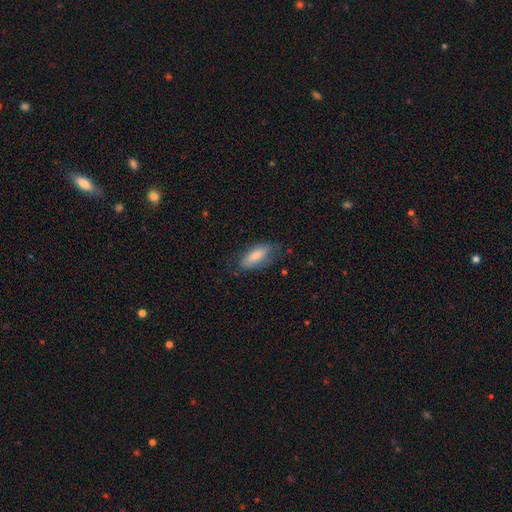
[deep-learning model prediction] A smooth galaxy with no disk features (72%) that is in between round and cigar-shaped (77%). Merging: none (67%).